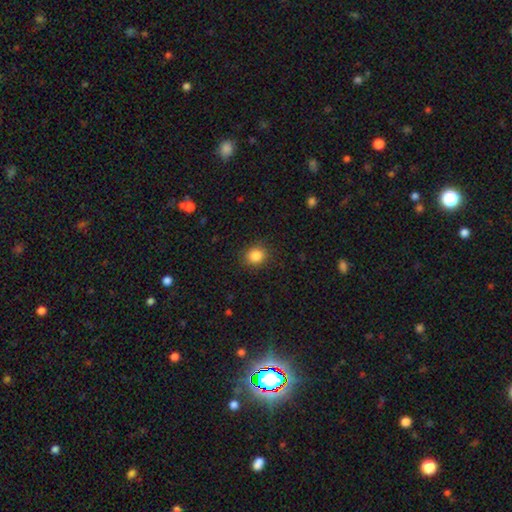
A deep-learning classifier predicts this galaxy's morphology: Q: Smooth or featured?
A: smooth (85%); runner-up: star or artifact (10%)
Q: How rounded?
A: round (80%); runner-up: in between (19%)
Q: Merging?
A: none (88%); runner-up: minor disturbance (8%)